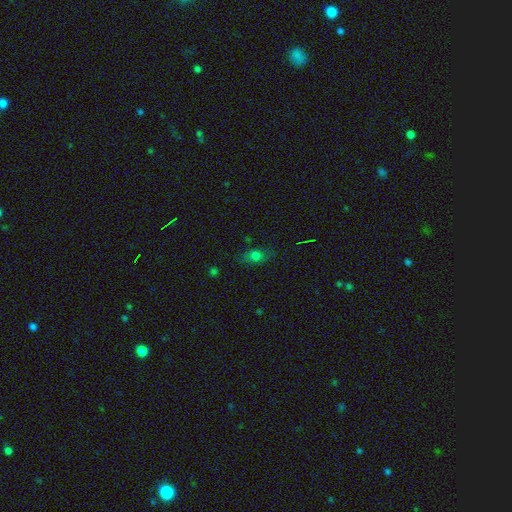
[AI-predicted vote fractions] Q: Smooth or featured?
A: smooth (68%); runner-up: star or artifact (20%)
Q: How rounded?
A: in between (63%); runner-up: round (31%)
Q: Merging?
A: none (75%); runner-up: minor disturbance (18%)